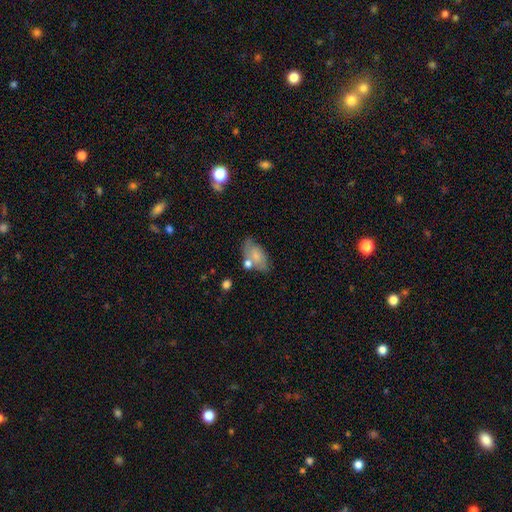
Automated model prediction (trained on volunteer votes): smooth 61%, featured or disk 32%, star or artifact 8%. Down the decision tree: how rounded — in between (90%); merging — none (48%).